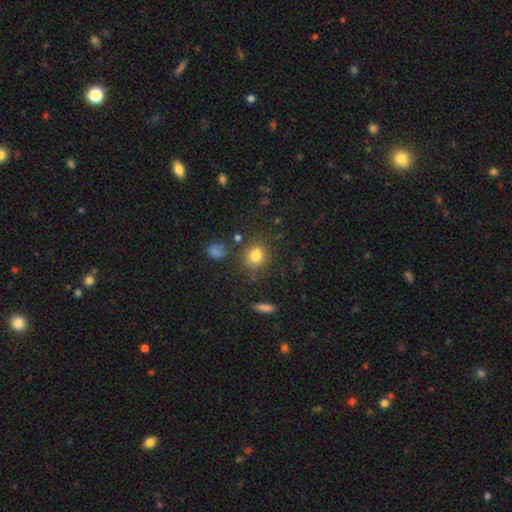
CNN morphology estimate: smooth 76%, star or artifact 14%, featured or disk 10%. Down the decision tree: how rounded — round (63%); merging — none (64%).